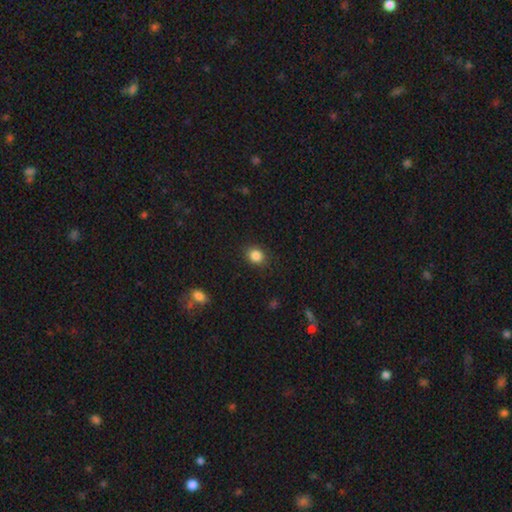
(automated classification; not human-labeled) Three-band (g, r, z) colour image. It shows a smooth galaxy with no disk features (85%) that is round (61%). Merging: none (87%).